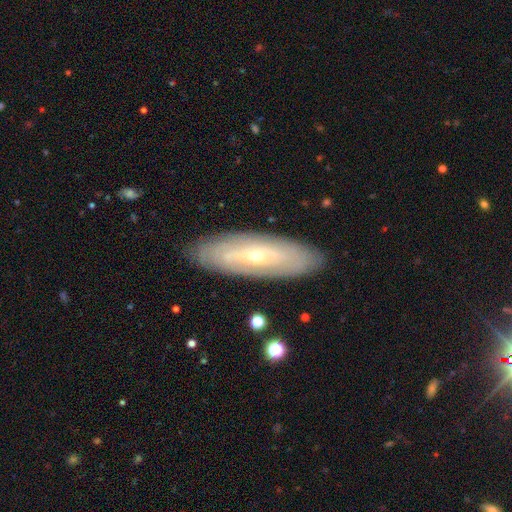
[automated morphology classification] Smooth or featured? featured or disk (68%)
Edge-on disk? no (72%)
Merging? none (87%)